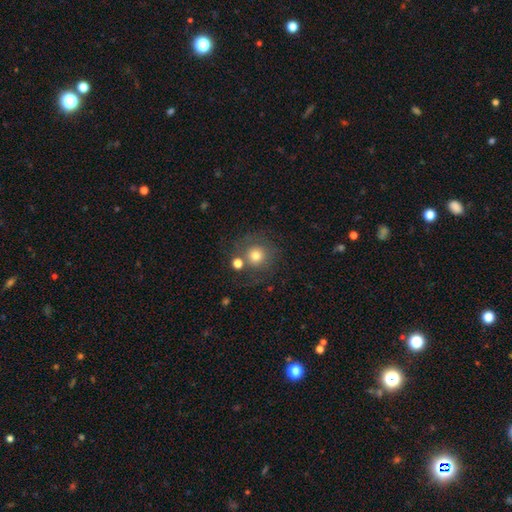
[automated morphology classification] smooth_or_featured: smooth (p=0.71) [alt: featured or disk p=0.17]
how_rounded: round (p=0.93) [alt: in between p=0.07]
merging: none (p=0.68) [alt: merger p=0.12]